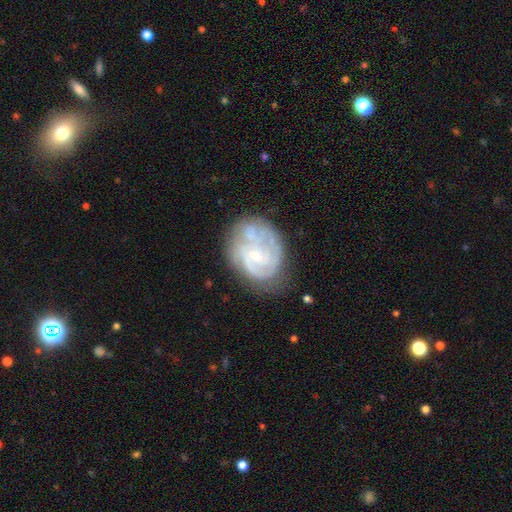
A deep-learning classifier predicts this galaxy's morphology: The model was most divided on "spiral arm count": can't tell: 35%, 2: 31%, 3: 19%, 1: 6%, 4: 5%, more than 4: 4%. More confident: edge-on disk — no (98%); spiral arms — yes (85%); smooth or featured — featured or disk (78%); bulge size — small (71%); bar — no (61%); merging — none (58%); spiral winding — tight (55%).